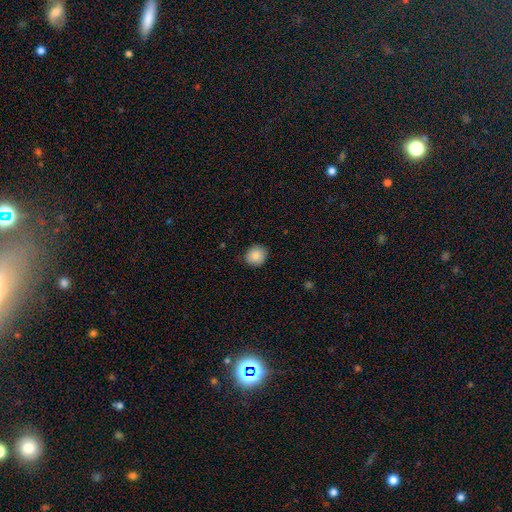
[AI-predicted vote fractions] A smooth galaxy with no disk features (86%) that is round (83%).

Vote fractions:
- Smooth or featured? smooth: 86% / star or artifact: 8% / featured or disk: 6%
- How rounded? round: 83% / in between: 16% / cigar-shaped: 1%
- Merging? none: 86% / minor disturbance: 11% / major disturbance: 2% / merger: 1%